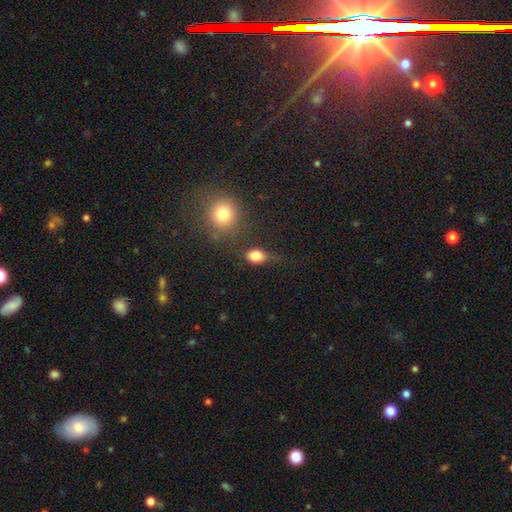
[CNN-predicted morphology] A smooth galaxy with no disk features (83%) that is in between round and cigar-shaped (61%).

Vote fractions:
- Smooth or featured? smooth: 83% / star or artifact: 10% / featured or disk: 7%
- How rounded? in between: 61% / round: 37% / cigar-shaped: 2%
- Merging? none: 54% / minor disturbance: 27% / major disturbance: 12% / merger: 8%